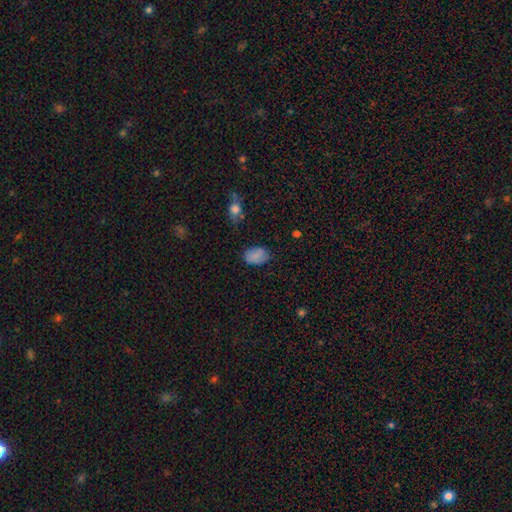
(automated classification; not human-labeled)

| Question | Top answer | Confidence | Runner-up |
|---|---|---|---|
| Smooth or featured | smooth | 79% | featured or disk (11%) |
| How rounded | in between | 86% | round (13%) |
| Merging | none | 69% | minor disturbance (23%) |